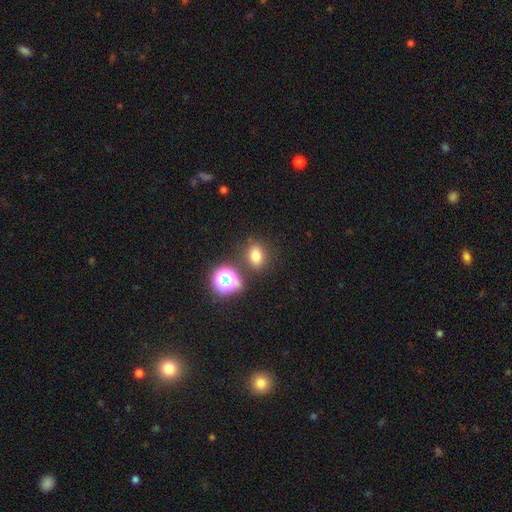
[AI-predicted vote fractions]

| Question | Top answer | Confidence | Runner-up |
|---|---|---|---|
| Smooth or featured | smooth | 74% | star or artifact (19%) |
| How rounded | in between | 52% | round (46%) |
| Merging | none | 78% | minor disturbance (11%) |